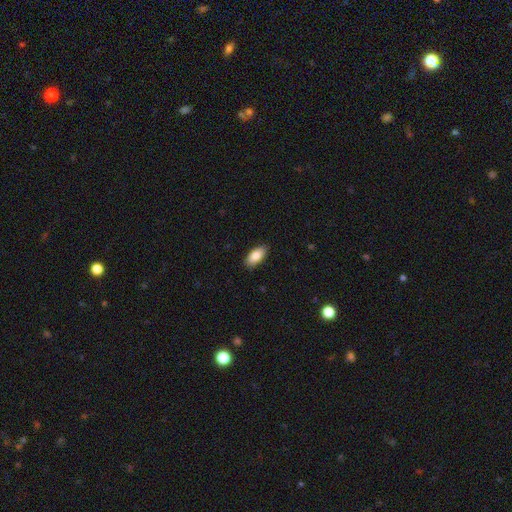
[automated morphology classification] Smooth or featured? Predicted: smooth (p=0.86). How rounded? Predicted: in between (p=0.90). Merging? Predicted: none (p=0.88).